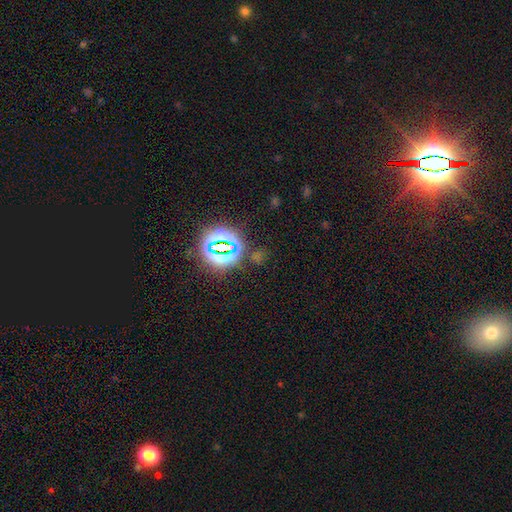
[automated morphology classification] A star or artifact, not a galaxy (71%).